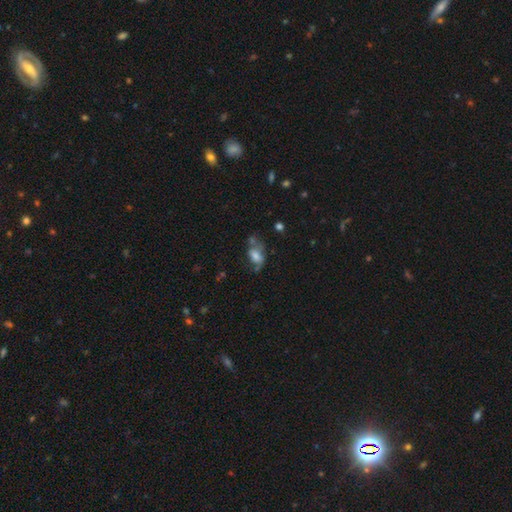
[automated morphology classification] Smooth or featured?
  - smooth: 61% *
  - featured or disk: 28%
  - star or artifact: 11%
How rounded?
  - in between: 85% *
  - round: 13%
  - cigar-shaped: 3%
Merging?
  - none: 34% *
  - minor disturbance: 25%
  - major disturbance: 22%
  - merger: 18%